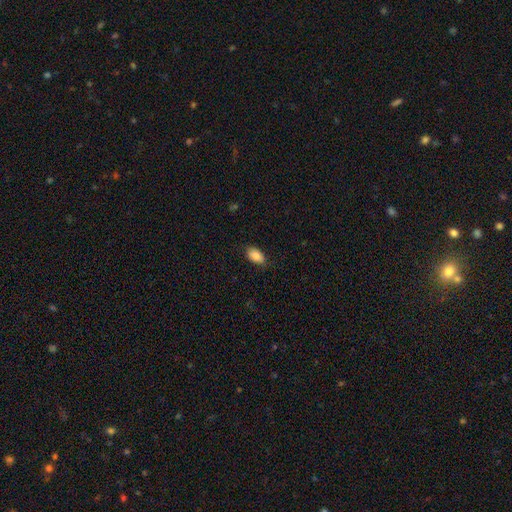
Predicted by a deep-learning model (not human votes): Overall: smooth (86%). How rounded: in between (93%). Merging: none (83%).